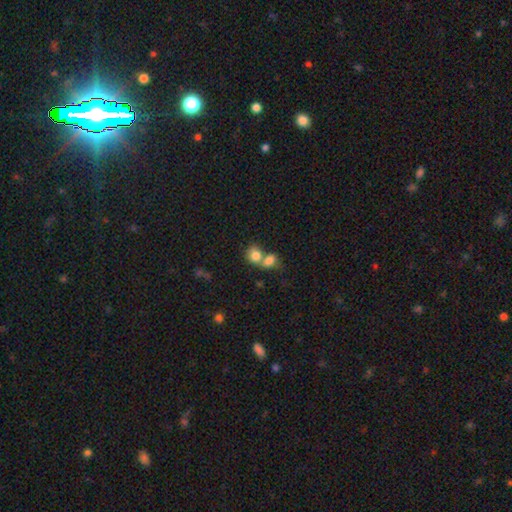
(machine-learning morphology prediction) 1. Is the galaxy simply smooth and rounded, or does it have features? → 80% smooth, 11% featured or disk, 9% star or artifact.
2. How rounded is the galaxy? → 54% round, 45% in between, 1% cigar-shaped.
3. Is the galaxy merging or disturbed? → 66% merger, 25% none, 6% minor disturbance, 3% major disturbance.